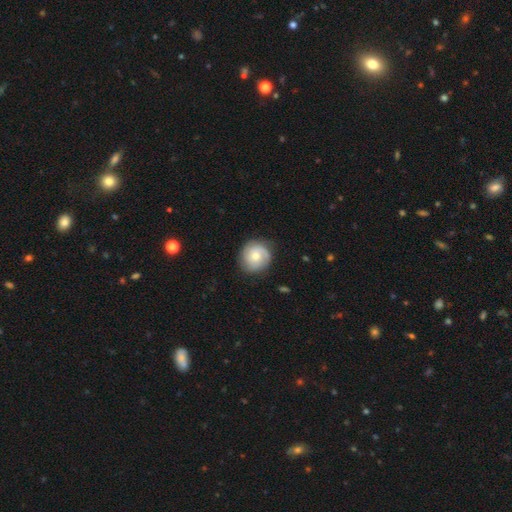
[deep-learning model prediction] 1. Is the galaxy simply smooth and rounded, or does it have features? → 56% featured or disk, 37% smooth, 7% star or artifact.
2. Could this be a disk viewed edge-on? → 98% no, 2% yes.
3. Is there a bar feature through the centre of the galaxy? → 79% no, 18% weak, 3% strong.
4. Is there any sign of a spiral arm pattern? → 87% yes, 13% no.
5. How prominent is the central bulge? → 56% moderate, 39% small, 3% large, 1% none, 1% dominant.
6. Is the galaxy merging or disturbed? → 79% none, 15% minor disturbance, 5% major disturbance, 1% merger.